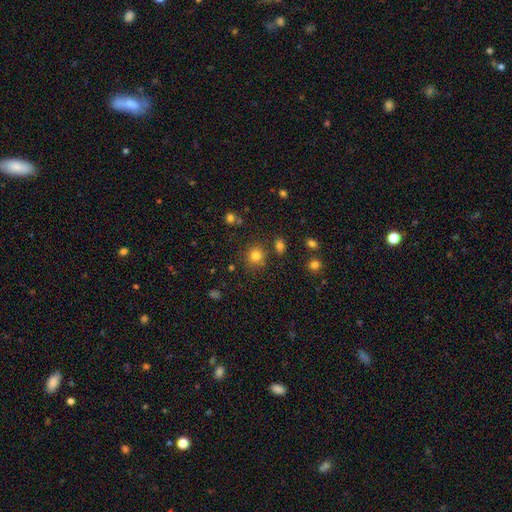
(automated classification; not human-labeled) smooth 79%, star or artifact 14%, featured or disk 6%. Down the decision tree: how rounded — round (87%); merging — none (80%).